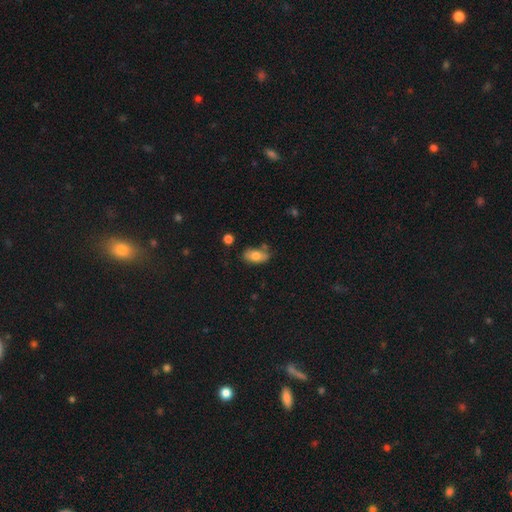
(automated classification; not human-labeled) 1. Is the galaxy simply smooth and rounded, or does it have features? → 75% smooth, 17% featured or disk, 8% star or artifact.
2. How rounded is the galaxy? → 90% in between, 6% round, 4% cigar-shaped.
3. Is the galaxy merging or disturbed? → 65% none, 23% minor disturbance, 7% merger, 5% major disturbance.